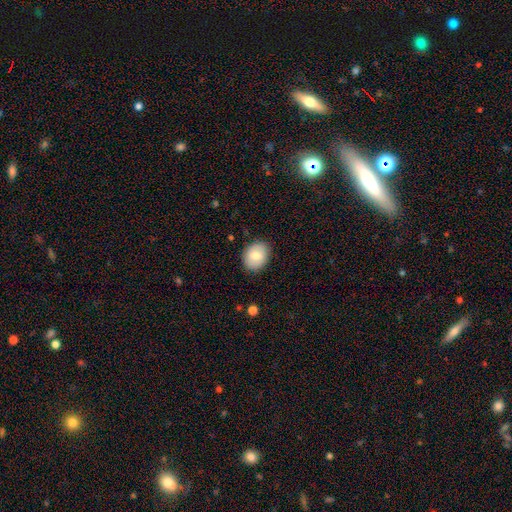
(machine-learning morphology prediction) Q: Smooth or featured?
A: smooth (77%); runner-up: featured or disk (15%)
Q: How rounded?
A: in between (53%); runner-up: round (47%)
Q: Merging?
A: none (86%); runner-up: minor disturbance (11%)